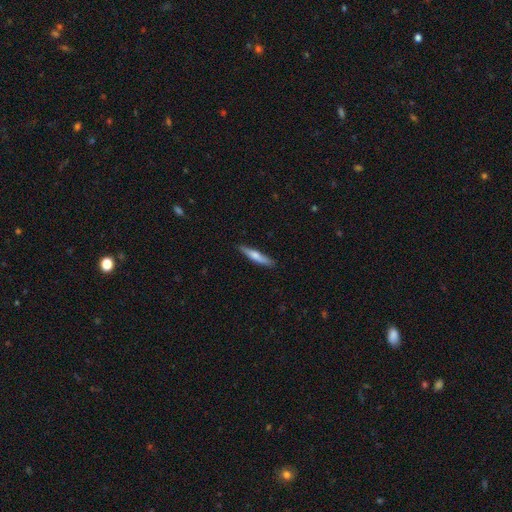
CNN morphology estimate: Overall: smooth (63%; featured or disk 32%). How rounded: cigar-shaped (89%). Merging: none (88%).